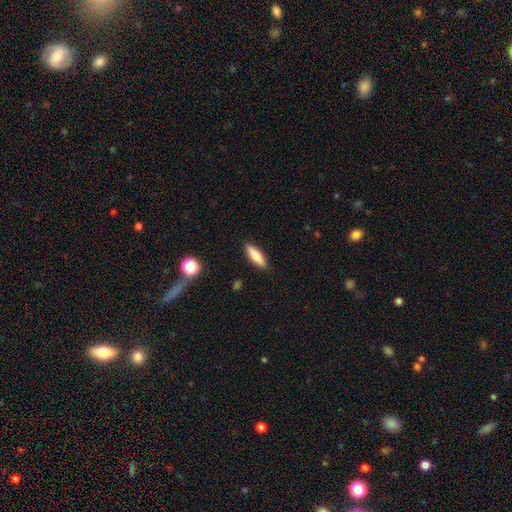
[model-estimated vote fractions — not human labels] Q: Smooth or featured?
A: smooth (79%); runner-up: featured or disk (14%)
Q: How rounded?
A: cigar-shaped (53%); runner-up: in between (45%)
Q: Merging?
A: none (88%); runner-up: minor disturbance (9%)